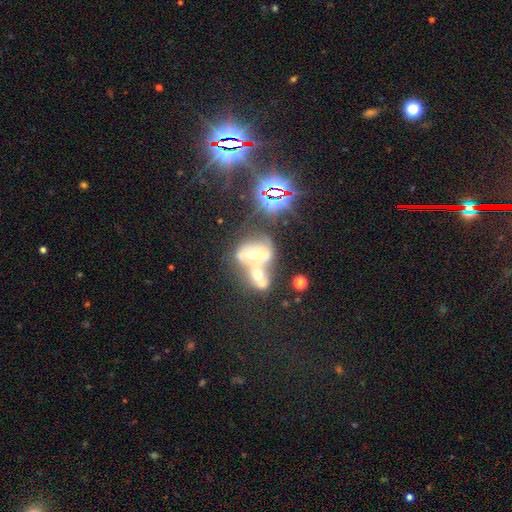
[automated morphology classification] Smooth or featured?
  - featured or disk: 44% *
  - smooth: 32%
  - star or artifact: 24%
Merging?
  - merger: 74% *
  - none: 12%
  - major disturbance: 8%
  - minor disturbance: 6%